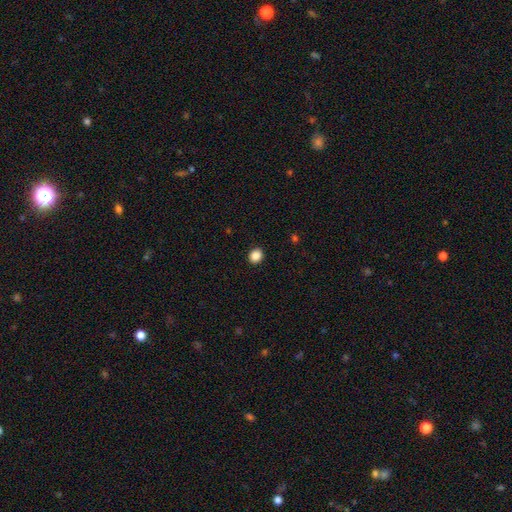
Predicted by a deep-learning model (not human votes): Q: Smooth or featured?
A: smooth (87%); runner-up: star or artifact (10%)
Q: How rounded?
A: round (75%); runner-up: in between (24%)
Q: Merging?
A: none (92%); runner-up: minor disturbance (5%)